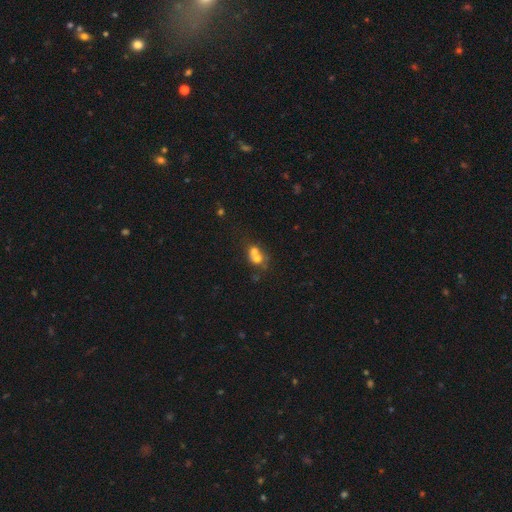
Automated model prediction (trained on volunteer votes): Morphology: type=smooth (63%); roundness=round (69%); merging=merger (67%).